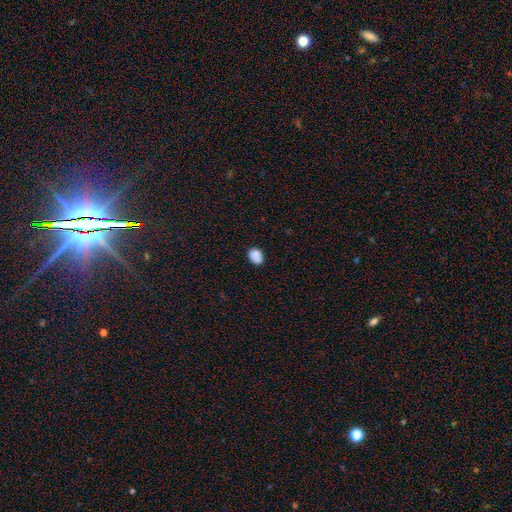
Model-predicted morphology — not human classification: This appears to be a smooth galaxy with no disk features (84%) that is in between round and cigar-shaped (60%). Merging: none (75%).